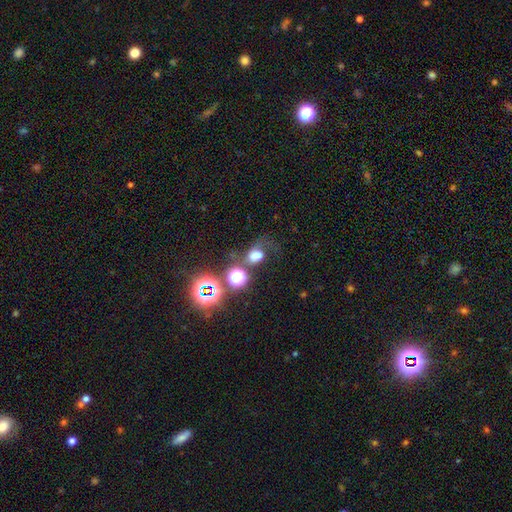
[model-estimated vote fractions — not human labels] Smooth or featured: smooth — 58% (star or artifact — 23%)
How rounded: in between — 57% (round — 42%)
Merging: major disturbance — 32% (tied with none — 32%)